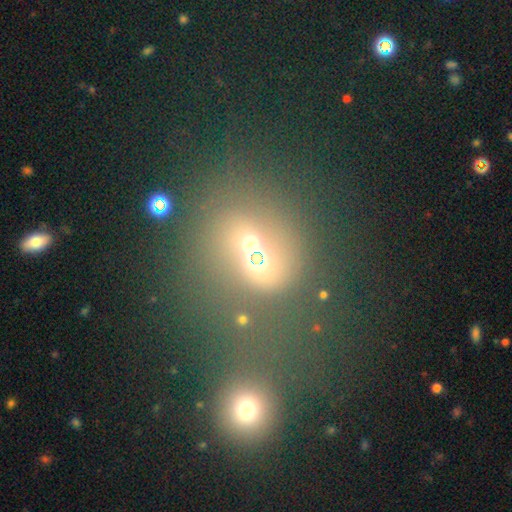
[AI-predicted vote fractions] Smooth or featured?
  - smooth: 51% *
  - featured or disk: 25%
  - star or artifact: 24%
How rounded?
  - round: 69% *
  - in between: 30%
  - cigar-shaped: 1%
Merging?
  - merger: 60% *
  - none: 25%
  - major disturbance: 7%
  - minor disturbance: 7%